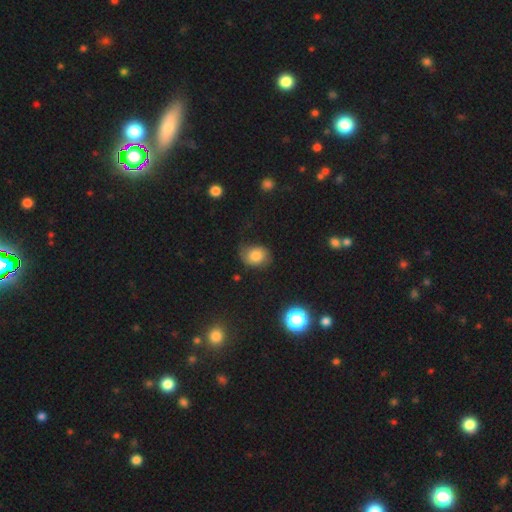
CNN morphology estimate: The model was most divided on "how rounded": in between: 50%, round: 49%, cigar-shaped: 1%. More confident: smooth or featured — smooth (71%); merging — none (58%).